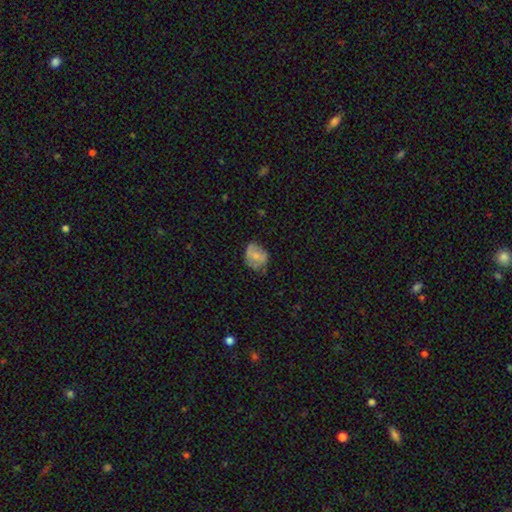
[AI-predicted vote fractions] Smooth or featured? smooth (54%)
How rounded? round (56%)
Merging? none (55%)